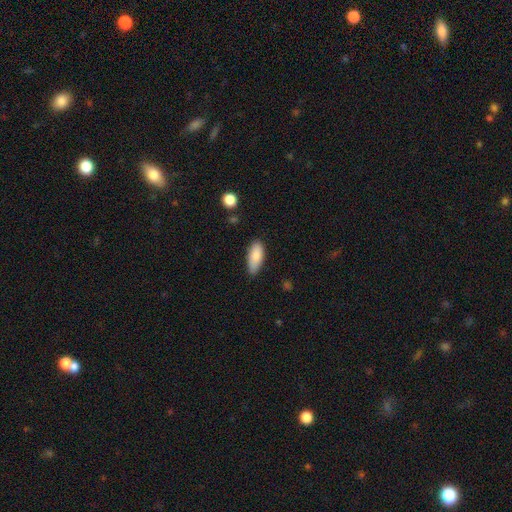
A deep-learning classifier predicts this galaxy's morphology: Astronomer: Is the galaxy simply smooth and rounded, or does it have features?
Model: smooth — 85%.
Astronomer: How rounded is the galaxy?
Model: in between — 81%.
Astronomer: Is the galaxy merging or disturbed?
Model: none — 77%.